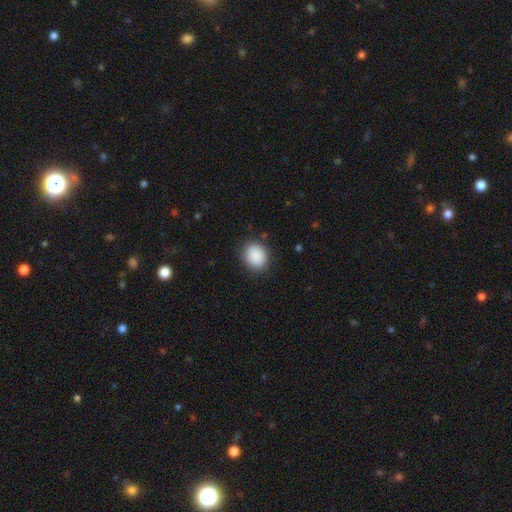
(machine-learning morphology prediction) Smooth or featured? Predicted: smooth (p=0.89). How rounded? Predicted: round (p=0.62). Merging? Predicted: none (p=0.86).